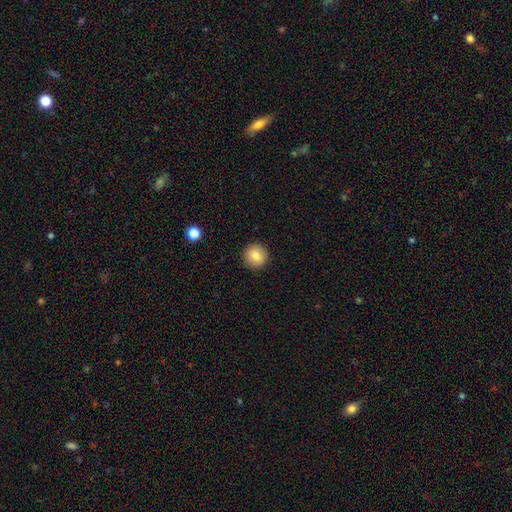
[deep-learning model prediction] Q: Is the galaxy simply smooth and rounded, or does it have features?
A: smooth — 84%.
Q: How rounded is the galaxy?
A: round — 93%.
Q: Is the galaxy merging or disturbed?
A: none — 92%.